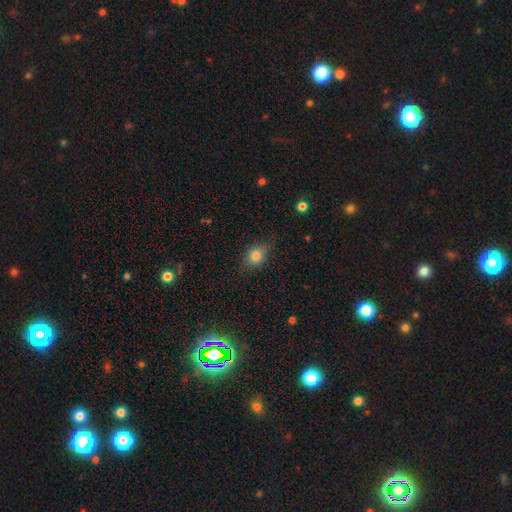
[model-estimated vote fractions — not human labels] smooth-or-featured: smooth: 80% | star or artifact: 10% | featured or disk: 10%
  how-rounded: in between: 52% | round: 46% | cigar-shaped: 2%
  merging: none: 76% | minor disturbance: 18% | major disturbance: 5% | merger: 1%